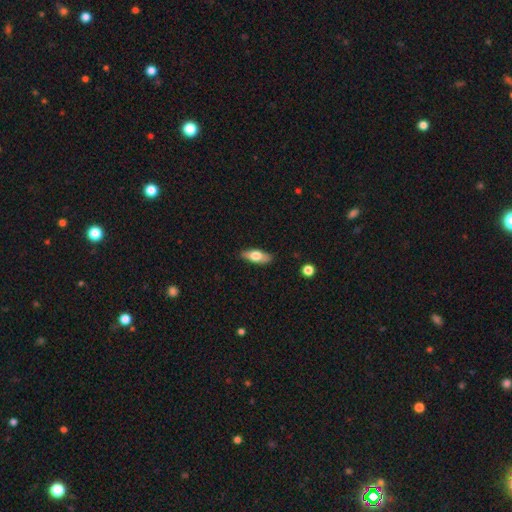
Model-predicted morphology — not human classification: smooth-or-featured: smooth: 69% | featured or disk: 25% | star or artifact: 6%
  how-rounded: in between: 74% | cigar-shaped: 23% | round: 3%
  merging: none: 86% | minor disturbance: 11% | major disturbance: 2% | merger: 1%